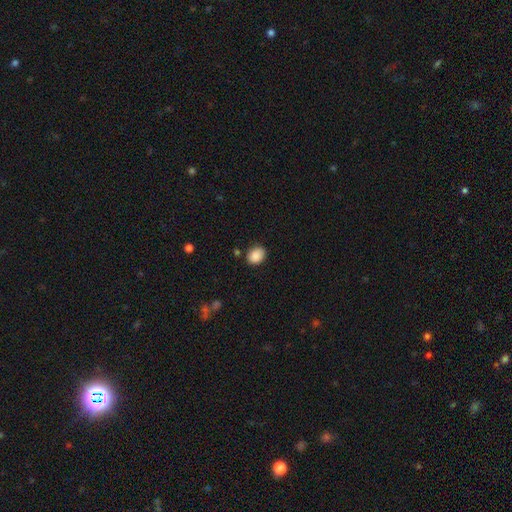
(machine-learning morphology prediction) Smooth or featured?
  - smooth: 88% *
  - star or artifact: 8%
  - featured or disk: 4%
How rounded?
  - in between: 58% *
  - round: 42%
  - cigar-shaped: 1%
Merging?
  - none: 81% *
  - minor disturbance: 13%
  - major disturbance: 3%
  - merger: 3%